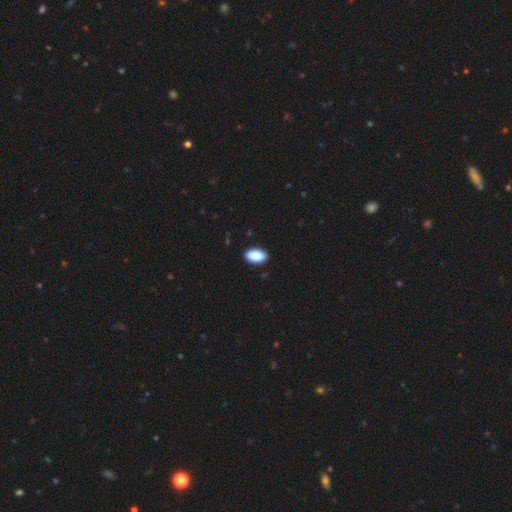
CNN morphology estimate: This appears to be a smooth galaxy with no disk features (90%) that is in between round and cigar-shaped (95%). Merging: none (89%).